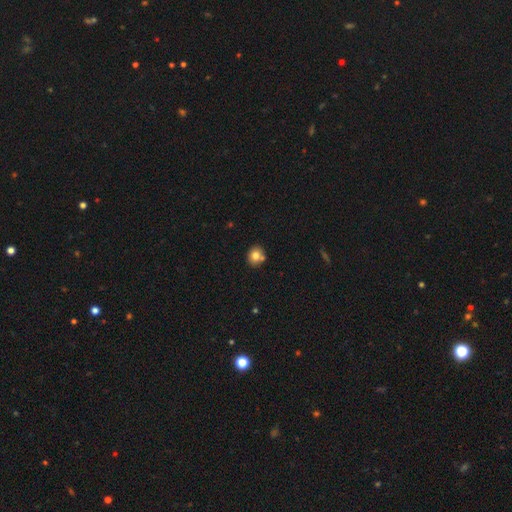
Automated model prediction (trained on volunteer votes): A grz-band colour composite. It shows a smooth galaxy with no disk features (77%) that is round (77%). Merging: none (70%).